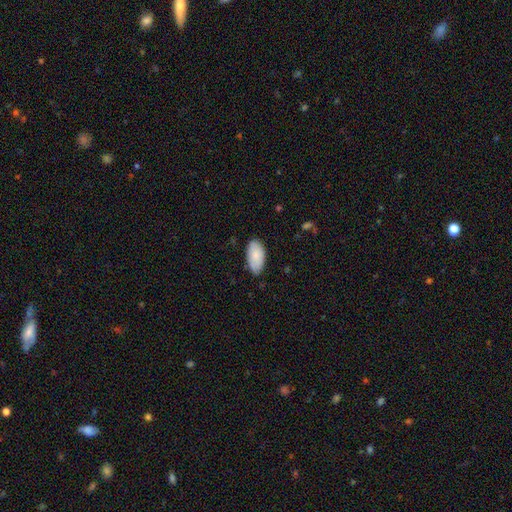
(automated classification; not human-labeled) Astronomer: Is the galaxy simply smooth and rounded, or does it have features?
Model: smooth — 85%.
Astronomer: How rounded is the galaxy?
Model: in between — 95%.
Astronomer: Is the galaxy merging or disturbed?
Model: none — 75%.